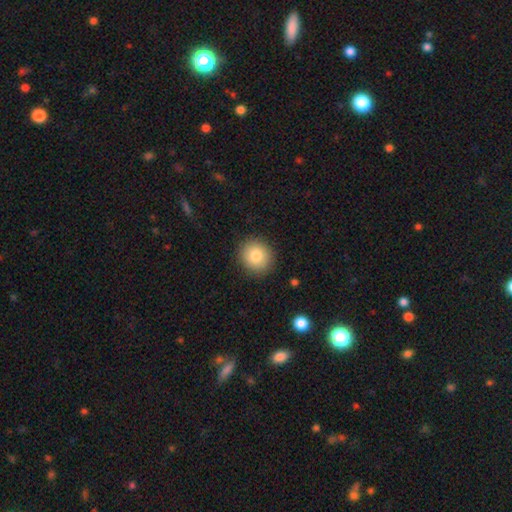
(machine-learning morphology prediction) A smooth galaxy with no disk features (82%) that is round (82%). Merging: none (89%).